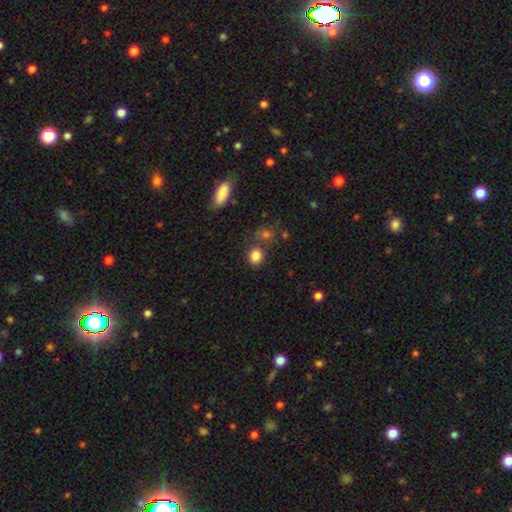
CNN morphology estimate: This appears to be a smooth galaxy with no disk features (84%) that is round (65%). Merging: none (72%).